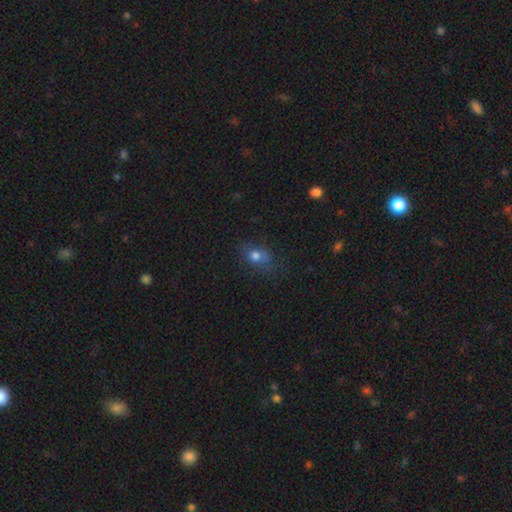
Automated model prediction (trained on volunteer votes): smooth_or_featured: smooth (p=0.72) [alt: star or artifact p=0.16]
how_rounded: in between (p=0.53) [alt: round p=0.45]
merging: none (p=0.68) [alt: minor disturbance p=0.22]